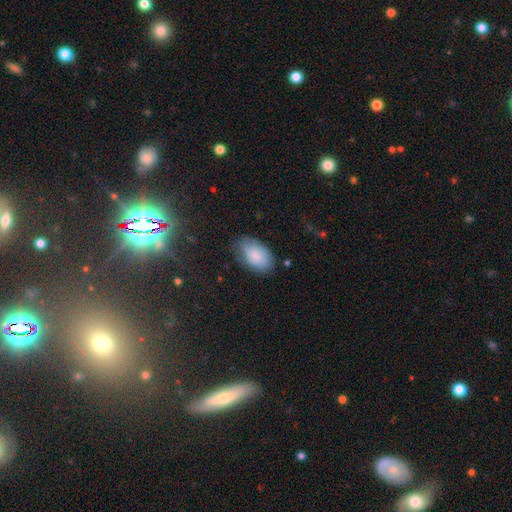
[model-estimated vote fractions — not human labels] This appears to be a smooth galaxy with no disk features (83%) that is in between round and cigar-shaped (93%). Merging: none (67%).